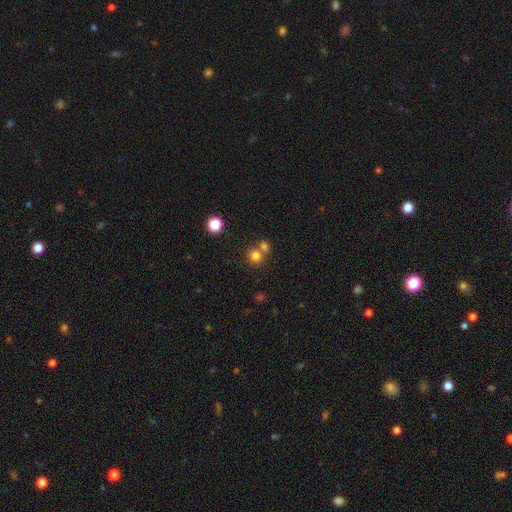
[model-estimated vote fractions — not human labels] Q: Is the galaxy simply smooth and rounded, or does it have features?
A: smooth — 78%.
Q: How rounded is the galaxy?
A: round — 87%.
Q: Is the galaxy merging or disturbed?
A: none — 55%.